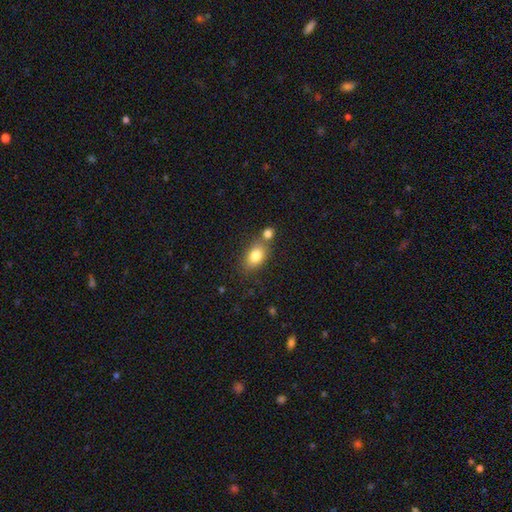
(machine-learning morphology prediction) A smooth galaxy with no disk features (81%) that is in between round and cigar-shaped (78%). Merging: none (54%).